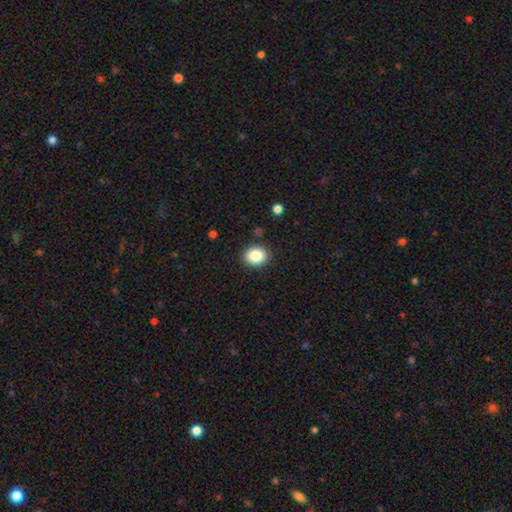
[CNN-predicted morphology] The model was most divided on "how rounded": round: 55%, in between: 44%, cigar-shaped: 1%. More confident: merging — none (89%); smooth or featured — smooth (86%).